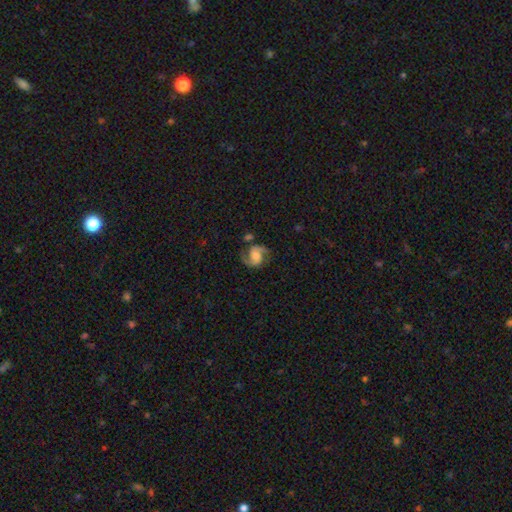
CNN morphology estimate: Smooth or featured? Predicted: featured or disk (p=0.87). Edge-on disk? Predicted: no (p=0.98). Bar? Predicted: no (p=0.53). Spiral arms? Predicted: yes (p=0.97). Spiral winding? Predicted: medium (p=0.57). Spiral arm count? Predicted: 2 (p=0.93). Bulge size? Predicted: moderate (p=0.51). Merging? Predicted: none (p=0.73).